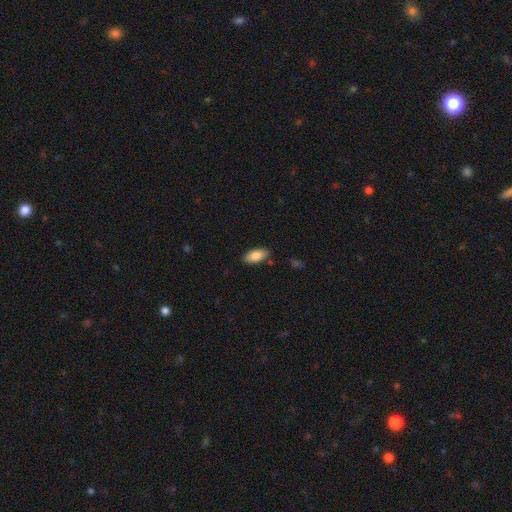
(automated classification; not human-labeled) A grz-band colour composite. It shows a smooth galaxy with no disk features (85%) that is in between round and cigar-shaped (91%). Merging: none (85%).